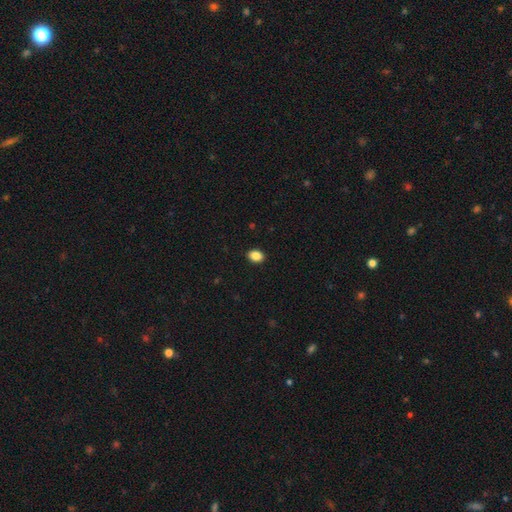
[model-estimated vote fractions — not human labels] This appears to be a smooth galaxy with no disk features (87%) that is in between round and cigar-shaped (75%). Merging: none (91%).